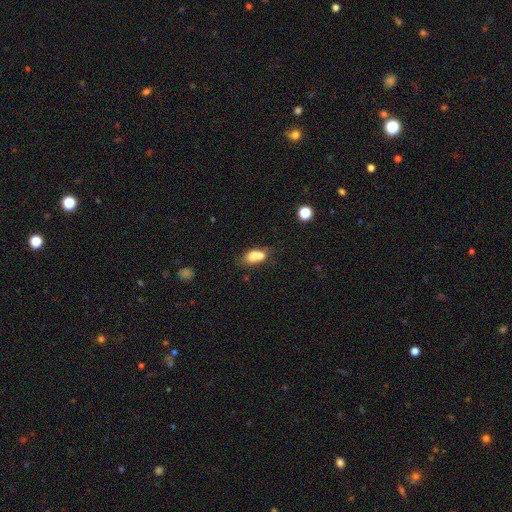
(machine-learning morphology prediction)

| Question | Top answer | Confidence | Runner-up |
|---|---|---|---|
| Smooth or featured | smooth | 70% | featured or disk (19%) |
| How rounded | in between | 76% | round (17%) |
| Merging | merger | 46% | none (31%) |